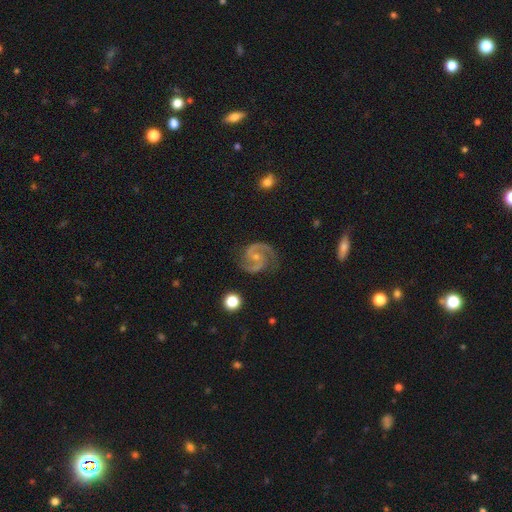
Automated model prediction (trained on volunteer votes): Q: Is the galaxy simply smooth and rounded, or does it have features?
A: featured or disk — 92%.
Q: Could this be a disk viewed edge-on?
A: no — 98%.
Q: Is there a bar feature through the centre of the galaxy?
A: no — 53%.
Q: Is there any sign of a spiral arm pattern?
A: yes — 98%.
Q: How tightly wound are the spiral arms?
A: medium — 62%.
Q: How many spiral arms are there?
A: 2 — 94%.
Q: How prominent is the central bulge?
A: small — 59%.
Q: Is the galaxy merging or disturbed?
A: none — 79%.